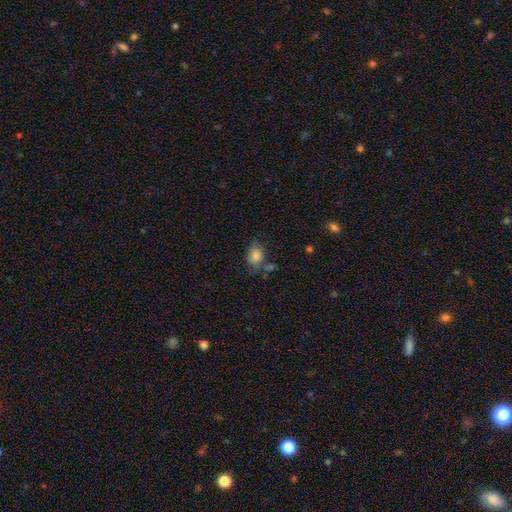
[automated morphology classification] Smooth or featured? smooth (83%)
How rounded? in between (61%)
Merging? none (59%)